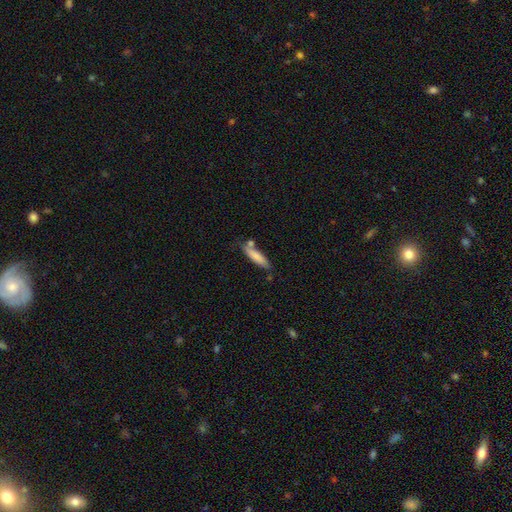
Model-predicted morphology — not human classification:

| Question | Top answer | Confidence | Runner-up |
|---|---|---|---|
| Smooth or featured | smooth | 80% | featured or disk (14%) |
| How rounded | cigar-shaped | 73% | in between (26%) |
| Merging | none | 65% | minor disturbance (18%) |